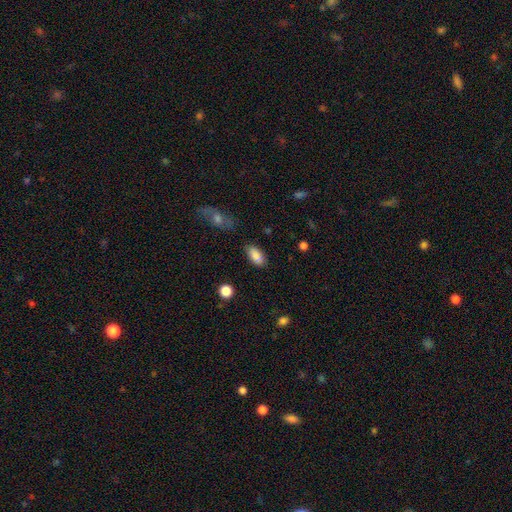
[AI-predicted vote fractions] Smooth or featured? smooth (83%)
How rounded? in between (91%)
Merging? none (73%)